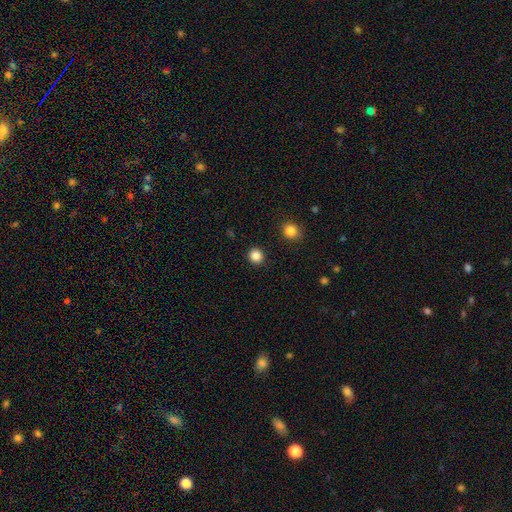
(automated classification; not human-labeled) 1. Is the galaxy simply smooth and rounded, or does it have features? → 86% smooth, 11% star or artifact, 3% featured or disk.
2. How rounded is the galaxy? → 92% round, 7% in between, 1% cigar-shaped.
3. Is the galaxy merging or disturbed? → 92% none, 5% minor disturbance, 2% major disturbance, 1% merger.